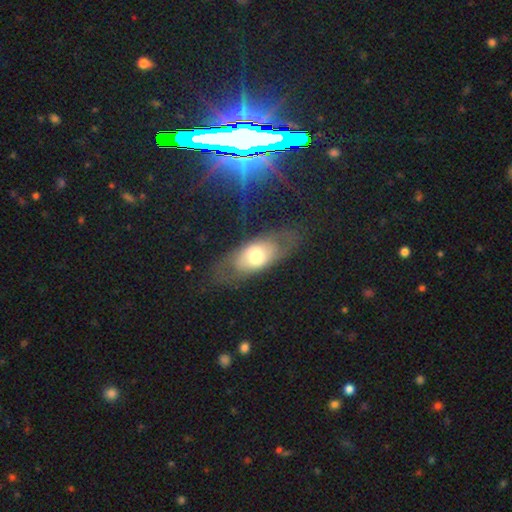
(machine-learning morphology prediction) smooth 53%, featured or disk 38%, star or artifact 8%. Down the decision tree: how rounded — in between (82%); merging — none (62%).